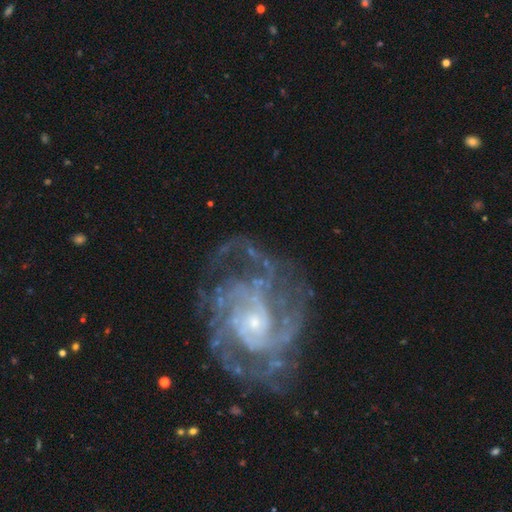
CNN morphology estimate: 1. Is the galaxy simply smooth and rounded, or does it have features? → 88% featured or disk, 8% star or artifact, 4% smooth.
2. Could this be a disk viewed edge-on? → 98% no, 2% yes.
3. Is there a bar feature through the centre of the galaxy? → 63% no, 30% weak, 8% strong.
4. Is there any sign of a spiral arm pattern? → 96% yes, 4% no.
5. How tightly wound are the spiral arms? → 57% tight, 36% medium, 8% loose.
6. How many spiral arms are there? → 28% can't tell, 19% 3, 18% 4, 17% 2, 10% more than 4, 8% 1.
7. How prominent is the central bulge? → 71% small, 23% moderate, 3% none, 2% large, 1% dominant.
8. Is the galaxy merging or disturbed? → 69% none, 17% minor disturbance, 13% major disturbance, 2% merger.